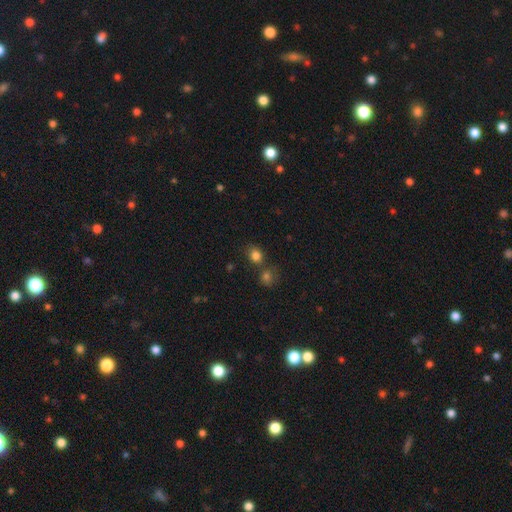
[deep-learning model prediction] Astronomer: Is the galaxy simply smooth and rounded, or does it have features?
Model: smooth — 81%.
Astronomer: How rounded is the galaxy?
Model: round — 64%.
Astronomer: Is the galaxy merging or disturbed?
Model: none — 61%.